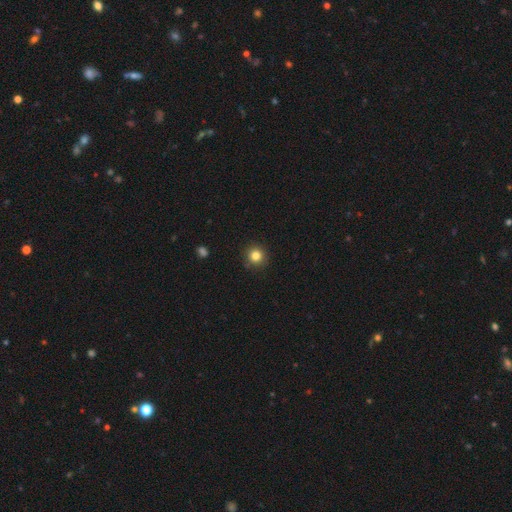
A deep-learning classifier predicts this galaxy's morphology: Smooth or featured?
  - smooth: 83% *
  - star or artifact: 12%
  - featured or disk: 6%
How rounded?
  - round: 93% *
  - in between: 6%
  - cigar-shaped: 1%
Merging?
  - none: 90% *
  - minor disturbance: 7%
  - major disturbance: 2%
  - merger: 2%